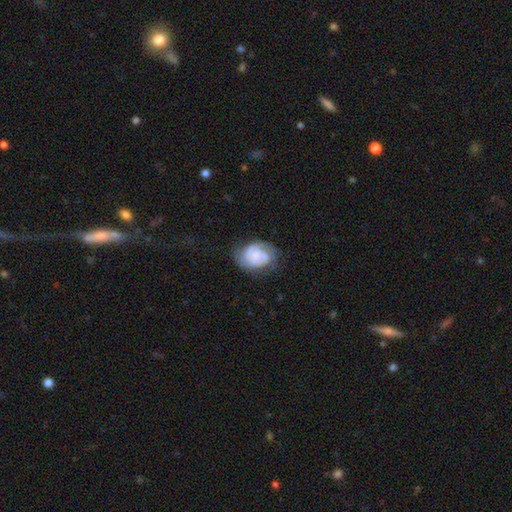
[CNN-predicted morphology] A featured or disk galaxy (56%) with no bar (65%), spiral arms (85%) and a small central bulge (41%).

Vote fractions:
- Smooth or featured? featured or disk: 56% / smooth: 36% / star or artifact: 8%
- Edge-on disk? no: 98% / yes: 2%
- Bar? no: 65% / weak: 29% / strong: 6%
- Spiral arms? yes: 85% / no: 15%
- Bulge size? small: 41% / none: 32% / moderate: 18% / large: 7% / dominant: 3%
- Merging? none: 59% / minor disturbance: 26% / major disturbance: 14% / merger: 2%